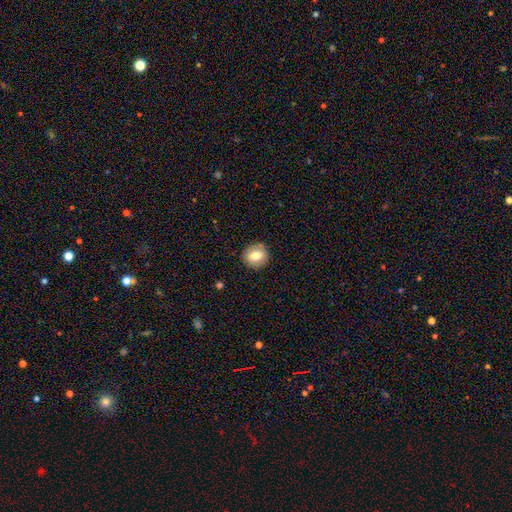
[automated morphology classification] A smooth galaxy with no disk features (73%) that is round (80%). Merging: none (88%).